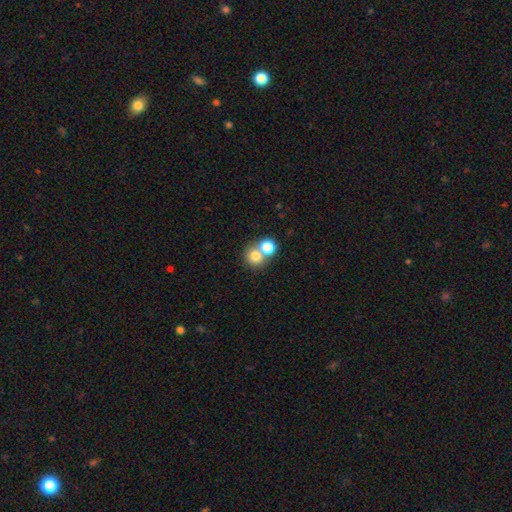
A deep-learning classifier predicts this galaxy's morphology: Smooth or featured: smooth — 76% (star or artifact — 13%)
How rounded: round — 86% (in between — 13%)
Merging: none — 48% (merger — 44%)